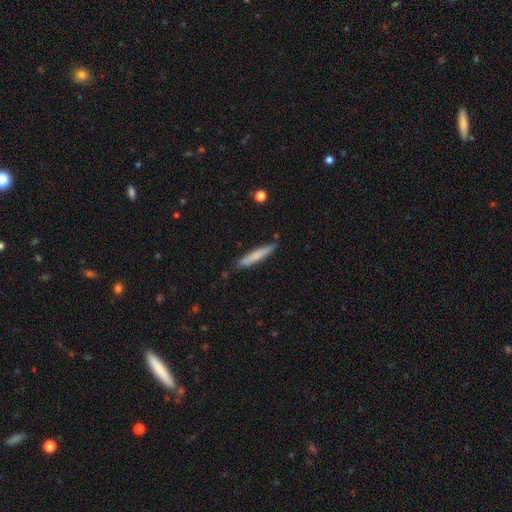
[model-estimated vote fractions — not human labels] Smooth or featured?
  - smooth: 70% *
  - featured or disk: 24%
  - star or artifact: 6%
How rounded?
  - cigar-shaped: 93% *
  - in between: 6%
  - round: 1%
Merging?
  - none: 84% *
  - minor disturbance: 12%
  - major disturbance: 2%
  - merger: 2%